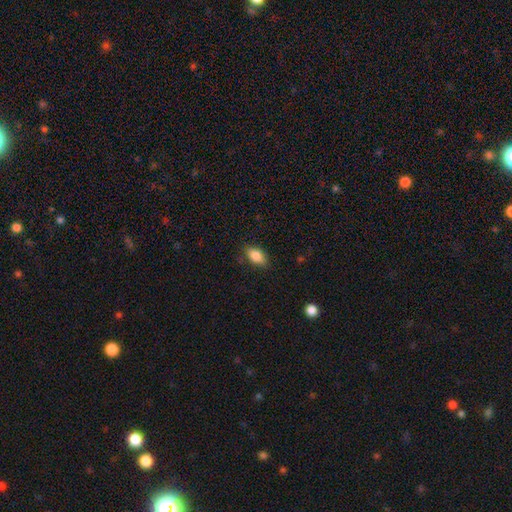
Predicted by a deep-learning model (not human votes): smooth-or-featured: smooth: 85% | star or artifact: 8% | featured or disk: 8%
  how-rounded: in between: 90% | round: 6% | cigar-shaped: 5%
  merging: none: 82% | minor disturbance: 14% | major disturbance: 3% | merger: 1%